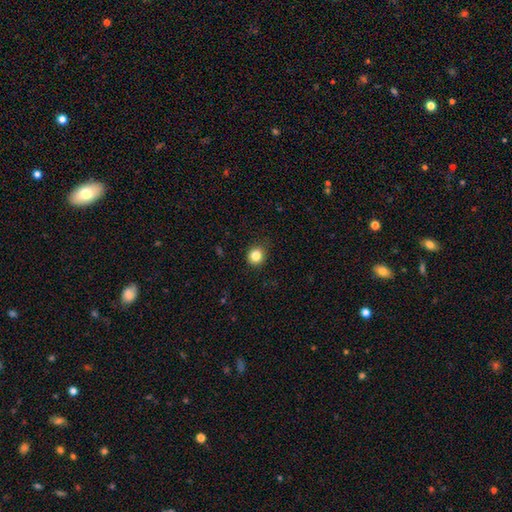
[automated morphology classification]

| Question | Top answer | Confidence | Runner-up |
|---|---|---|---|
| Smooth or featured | smooth | 84% | star or artifact (11%) |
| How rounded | round | 86% | in between (13%) |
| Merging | none | 86% | minor disturbance (10%) |